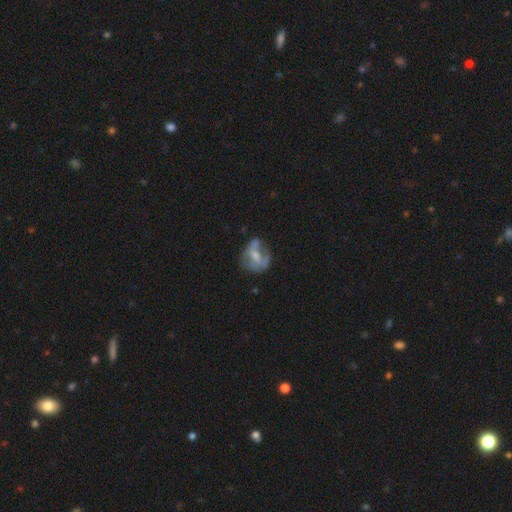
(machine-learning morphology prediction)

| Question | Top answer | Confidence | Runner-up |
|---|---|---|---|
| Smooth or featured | featured or disk | 50% | smooth (41%) |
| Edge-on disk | no | 97% | yes (3%) |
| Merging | none | 44% | minor disturbance (27%) |